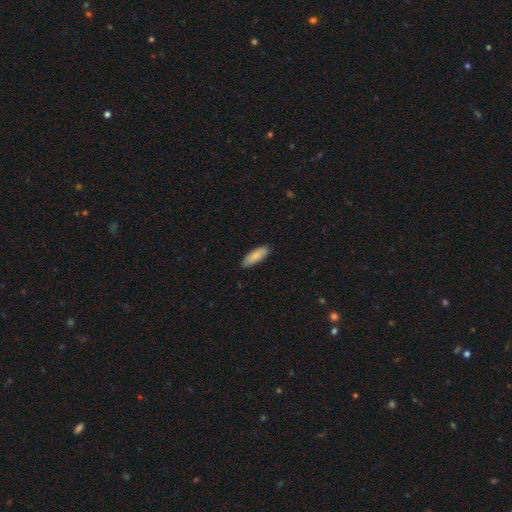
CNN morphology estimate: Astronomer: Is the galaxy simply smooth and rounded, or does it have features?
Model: smooth — 86%.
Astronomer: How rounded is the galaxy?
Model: in between — 65%.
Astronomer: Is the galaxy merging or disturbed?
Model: none — 88%.